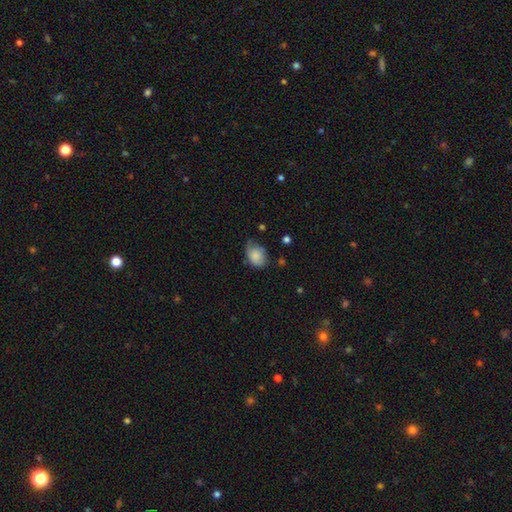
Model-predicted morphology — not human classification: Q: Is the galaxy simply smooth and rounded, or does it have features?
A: smooth — 79%.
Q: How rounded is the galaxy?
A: in between — 72%.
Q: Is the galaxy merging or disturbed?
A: none — 47%.